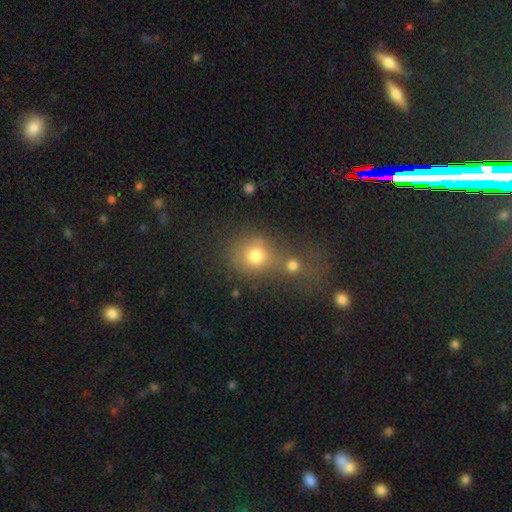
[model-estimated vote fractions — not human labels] Smooth or featured? Predicted: smooth (p=0.74). How rounded? Predicted: round (p=0.79). Merging? Predicted: merger (p=0.49).